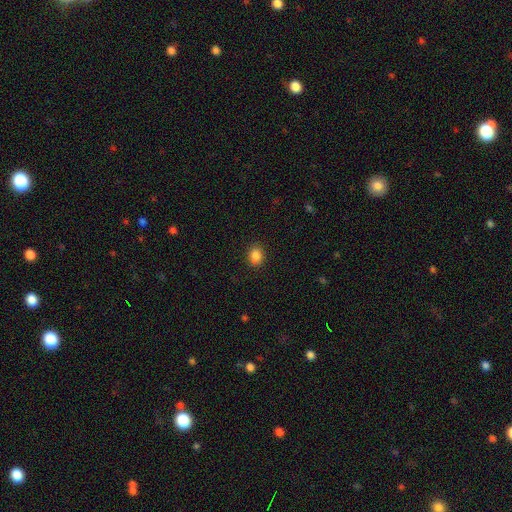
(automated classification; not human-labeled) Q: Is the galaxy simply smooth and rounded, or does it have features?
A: smooth — 85%.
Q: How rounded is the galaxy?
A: in between — 51%.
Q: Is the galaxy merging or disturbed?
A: none — 90%.